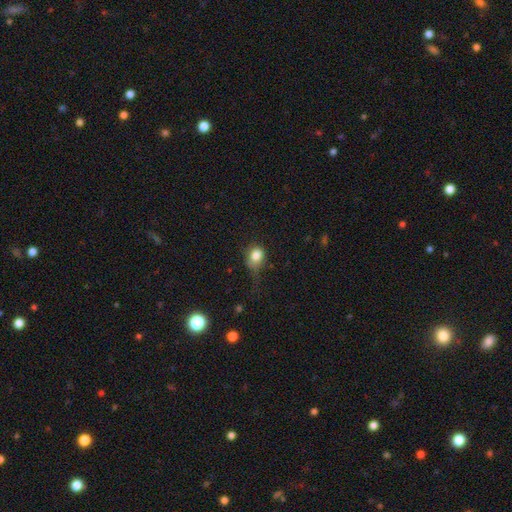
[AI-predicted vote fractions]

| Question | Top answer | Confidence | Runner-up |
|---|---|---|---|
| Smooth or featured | smooth | 81% | star or artifact (10%) |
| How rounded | round | 59% | in between (39%) |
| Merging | none | 38% | minor disturbance (37%) |